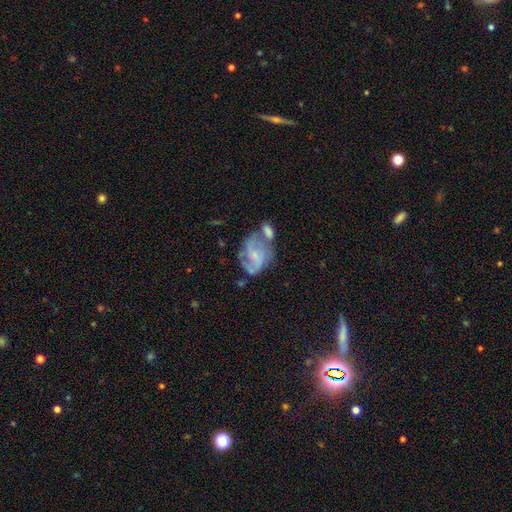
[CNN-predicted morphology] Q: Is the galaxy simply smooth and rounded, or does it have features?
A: featured or disk — 75%.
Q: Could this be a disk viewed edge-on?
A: no — 97%.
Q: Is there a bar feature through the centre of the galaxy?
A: no — 49%.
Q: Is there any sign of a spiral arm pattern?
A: yes — 86%.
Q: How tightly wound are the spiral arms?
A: medium — 48%.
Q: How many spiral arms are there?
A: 2 — 54%.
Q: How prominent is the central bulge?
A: small — 61%.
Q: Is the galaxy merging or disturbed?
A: none — 34%.